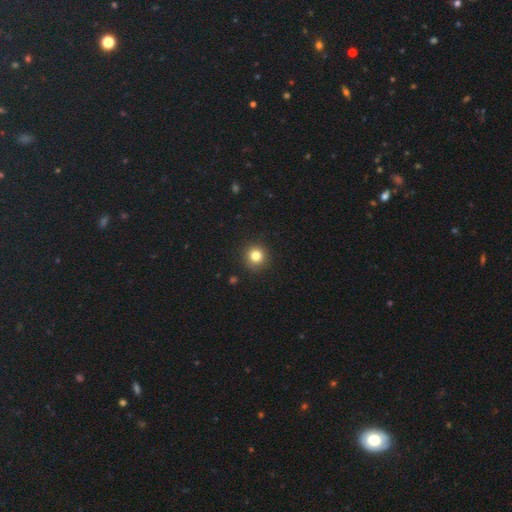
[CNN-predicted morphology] Q: Smooth or featured?
A: smooth (81%); runner-up: star or artifact (13%)
Q: How rounded?
A: round (93%); runner-up: in between (6%)
Q: Merging?
A: none (91%); runner-up: minor disturbance (6%)